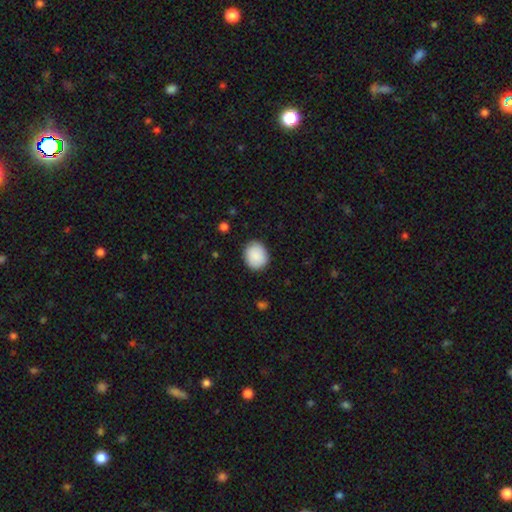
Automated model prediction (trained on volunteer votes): smooth-or-featured: smooth: 90% | star or artifact: 7% | featured or disk: 3%
  how-rounded: round: 63% | in between: 36% | cigar-shaped: 1%
  merging: none: 88% | minor disturbance: 9% | major disturbance: 2% | merger: 1%